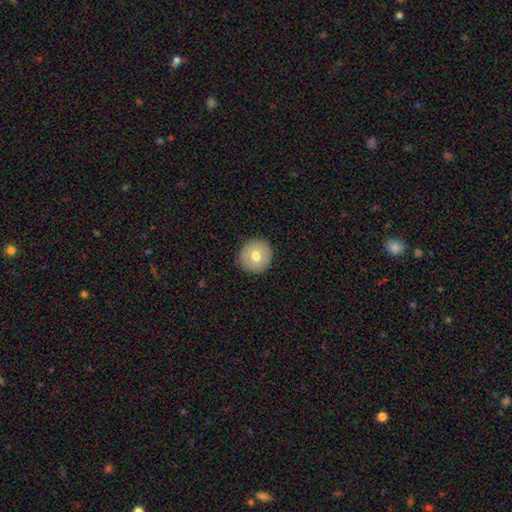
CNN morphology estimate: smooth 71%, featured or disk 20%, star or artifact 9%. Down the decision tree: how rounded — round (94%); merging — none (90%).